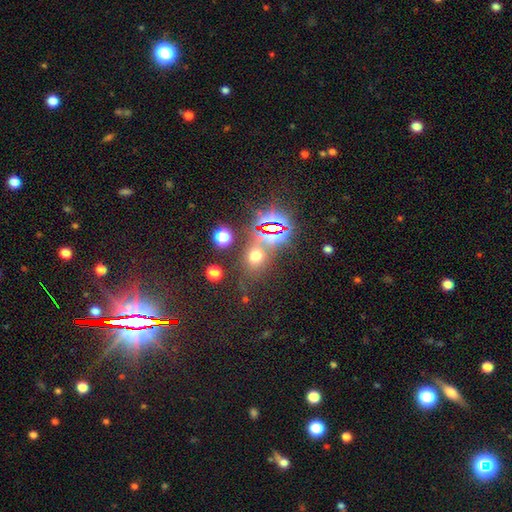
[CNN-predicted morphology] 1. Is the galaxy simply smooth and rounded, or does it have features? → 53% smooth, 38% star or artifact, 9% featured or disk.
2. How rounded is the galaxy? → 61% round, 36% in between, 2% cigar-shaped.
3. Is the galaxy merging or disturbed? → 65% none, 16% merger, 12% minor disturbance, 7% major disturbance.